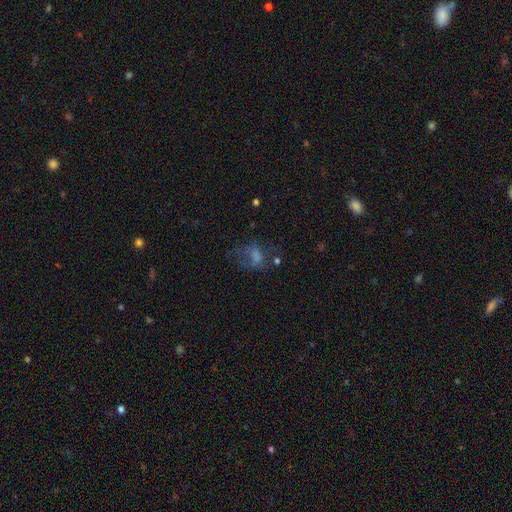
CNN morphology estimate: A smooth galaxy with no disk features (44%). Merging: major disturbance (38%, tied with none).